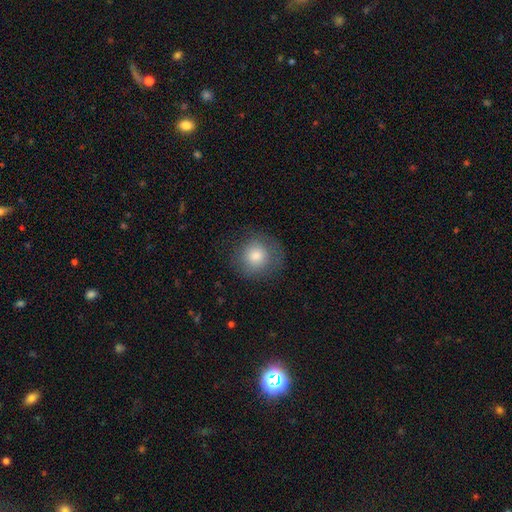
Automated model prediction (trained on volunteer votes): smooth 78%, featured or disk 13%, star or artifact 10%. Down the decision tree: how rounded — round (91%); merging — none (80%).